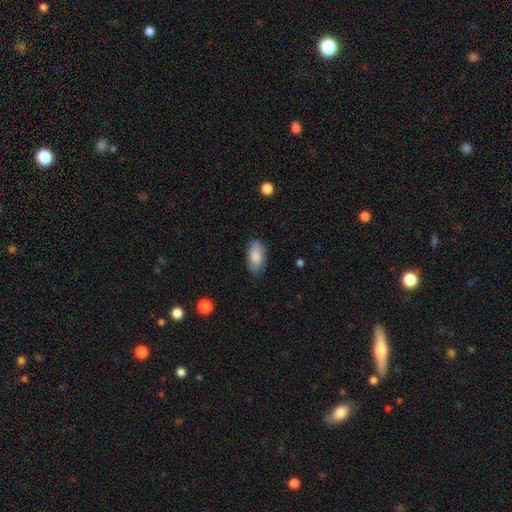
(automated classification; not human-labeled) Smooth or featured? Predicted: smooth (p=0.84). How rounded? Predicted: in between (p=0.93). Merging? Predicted: none (p=0.82).